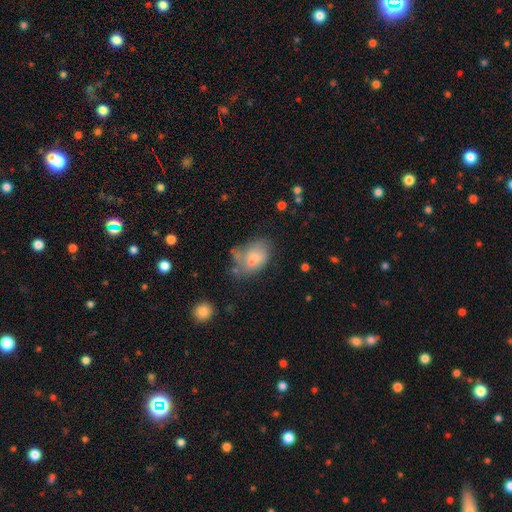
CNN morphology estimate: A smooth galaxy with no disk features (63%) that is in between round and cigar-shaped (82%).

Vote fractions:
- Smooth or featured? smooth: 63% / featured or disk: 25% / star or artifact: 12%
- How rounded? in between: 82% / round: 17% / cigar-shaped: 1%
- Merging? none: 40% / minor disturbance: 30% / major disturbance: 18% / merger: 12%